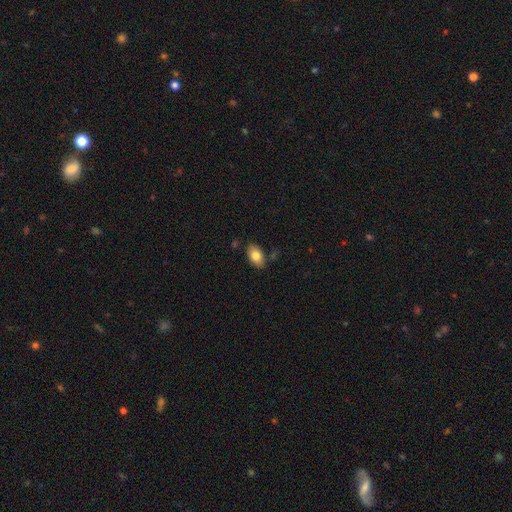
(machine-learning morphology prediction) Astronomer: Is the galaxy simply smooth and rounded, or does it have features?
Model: smooth — 81%.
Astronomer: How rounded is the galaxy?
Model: in between — 91%.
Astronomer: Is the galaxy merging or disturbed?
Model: none — 80%.